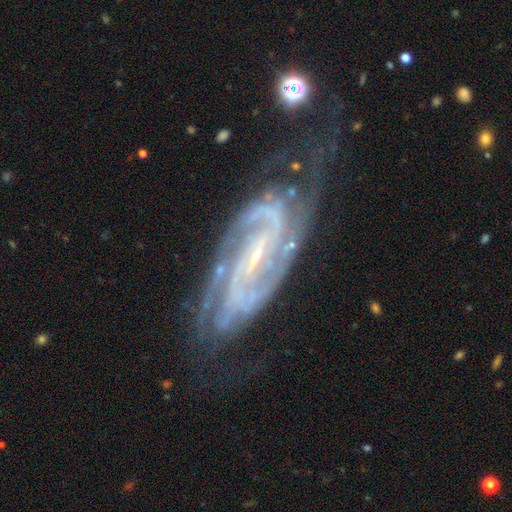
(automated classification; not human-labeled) featured or disk 92%, star or artifact 5%, smooth 3%. Down the decision tree: edge-on disk — no (95%); bar — strong (44%); spiral arms — yes (98%); spiral arm count — 2 (66%); spiral winding — tight (48%); bulge size — small (81%); merging — none (66%).